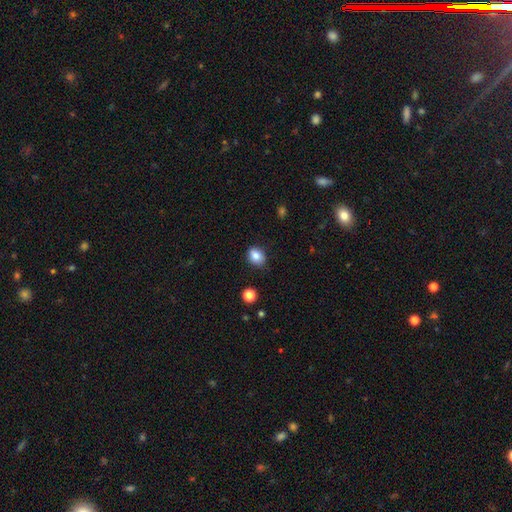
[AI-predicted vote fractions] This appears to be a smooth galaxy with no disk features (83%) that is in between round and cigar-shaped (51%). Merging: none (82%).